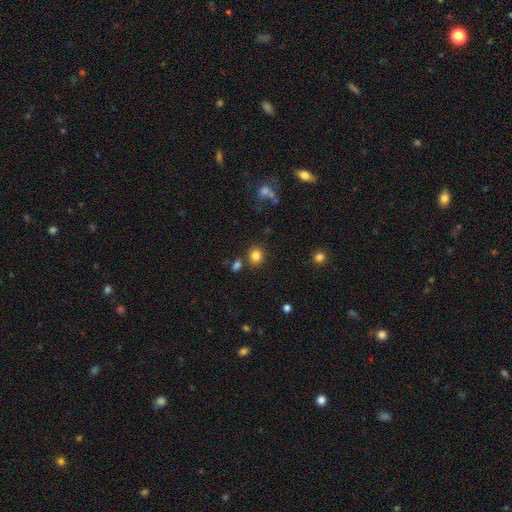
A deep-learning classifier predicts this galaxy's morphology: smooth 83%, star or artifact 12%, featured or disk 6%. Down the decision tree: how rounded — round (67%); merging — none (79%).